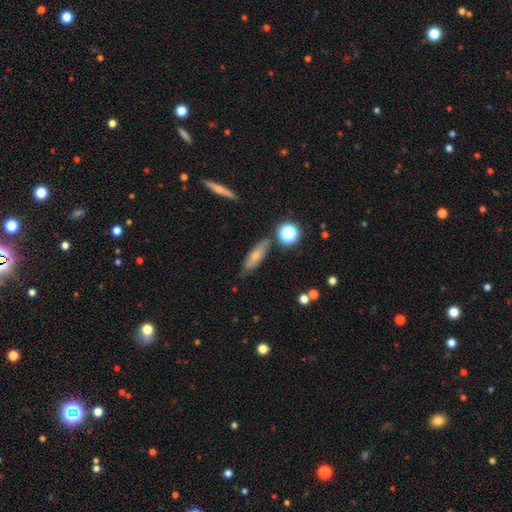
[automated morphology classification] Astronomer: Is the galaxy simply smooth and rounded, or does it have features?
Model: smooth — 68%.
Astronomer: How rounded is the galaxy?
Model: in between — 50% (runner-up: cigar-shaped, 45%).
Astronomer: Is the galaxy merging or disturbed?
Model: none — 74%.